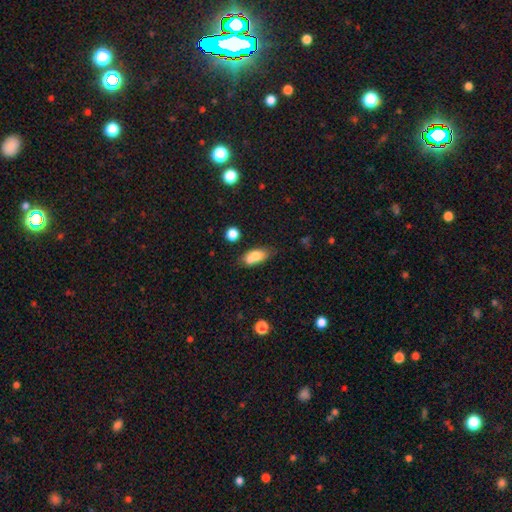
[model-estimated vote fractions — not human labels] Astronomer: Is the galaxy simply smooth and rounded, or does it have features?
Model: smooth — 73%.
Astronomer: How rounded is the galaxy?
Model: in between — 81%.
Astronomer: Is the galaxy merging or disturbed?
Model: none — 46% (runner-up: merger, 31%).